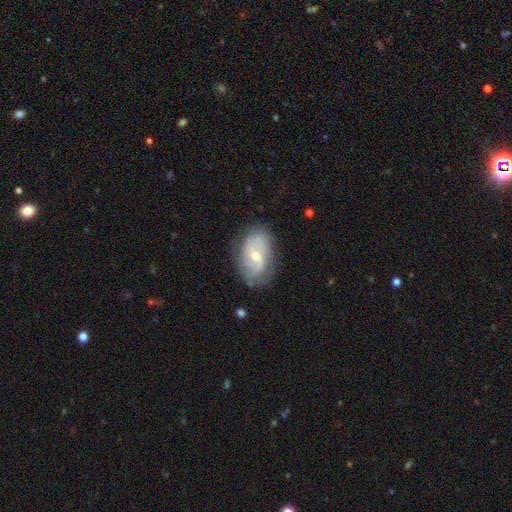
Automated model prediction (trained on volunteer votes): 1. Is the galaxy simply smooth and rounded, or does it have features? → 72% featured or disk, 21% smooth, 7% star or artifact.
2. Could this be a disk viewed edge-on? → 95% no, 5% yes.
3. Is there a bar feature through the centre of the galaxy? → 56% no, 37% weak, 8% strong.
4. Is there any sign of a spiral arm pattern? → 87% yes, 13% no.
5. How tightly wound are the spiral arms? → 48% tight, 36% medium, 16% loose.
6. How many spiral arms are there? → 44% 2, 35% can't tell, 11% 3, 4% 1, 4% 4, 3% more than 4.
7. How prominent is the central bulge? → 50% moderate, 46% small, 2% large, 1% none, 1% dominant.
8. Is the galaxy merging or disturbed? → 75% none, 18% minor disturbance, 5% major disturbance, 1% merger.